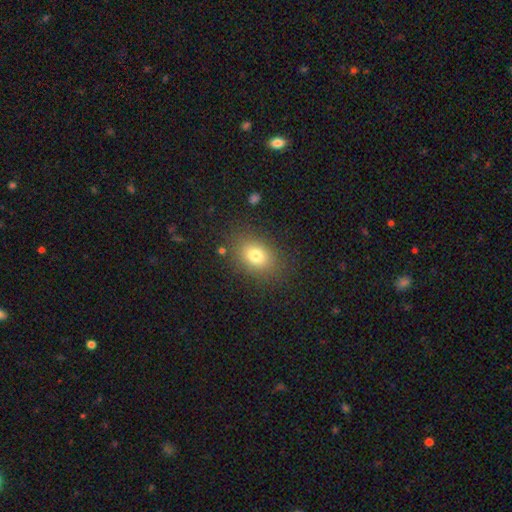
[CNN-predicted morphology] type=smooth (77%); roundness=in between (67%); merging=none (82%).